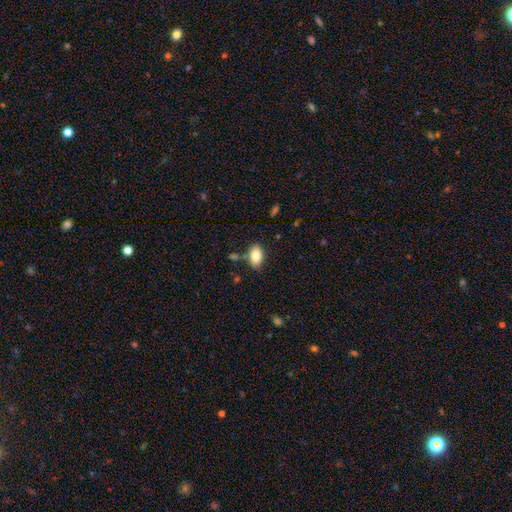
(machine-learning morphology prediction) Smooth or featured? smooth (84%)
How rounded? in between (92%)
Merging? none (77%)